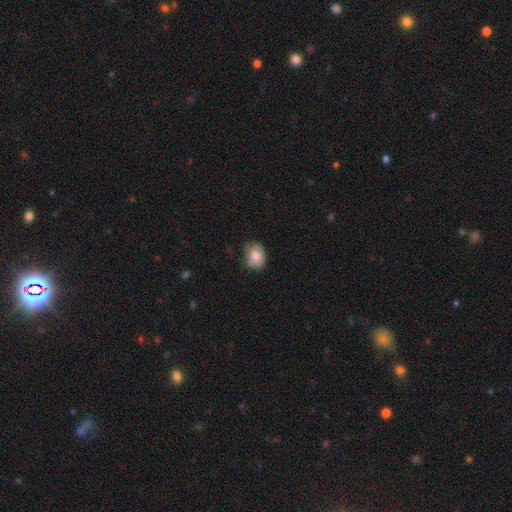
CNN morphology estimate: This appears to be a smooth galaxy with no disk features (77%) that is in between round and cigar-shaped (56%). Merging: none (64%).